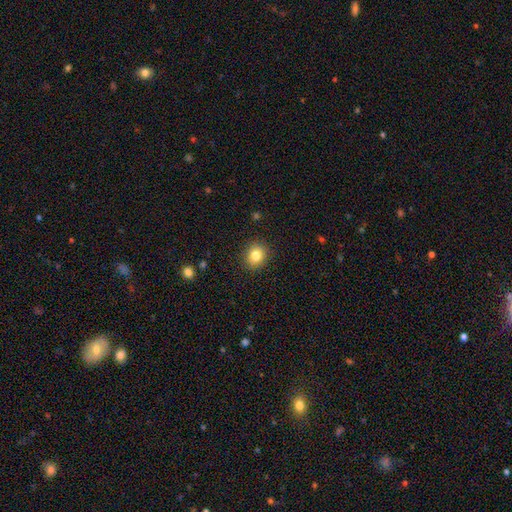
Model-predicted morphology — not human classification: The model was most divided on "how rounded": round: 70%, in between: 29%, cigar-shaped: 1%. More confident: merging — none (89%); smooth or featured — smooth (82%).